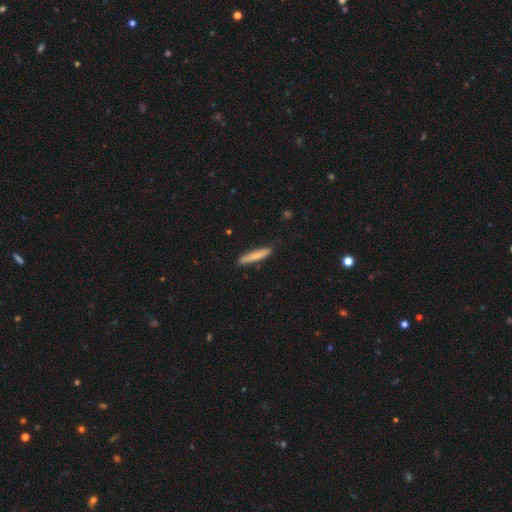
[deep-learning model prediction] Smooth or featured? Predicted: smooth (p=0.73). How rounded? Predicted: cigar-shaped (p=0.92). Merging? Predicted: none (p=0.86).